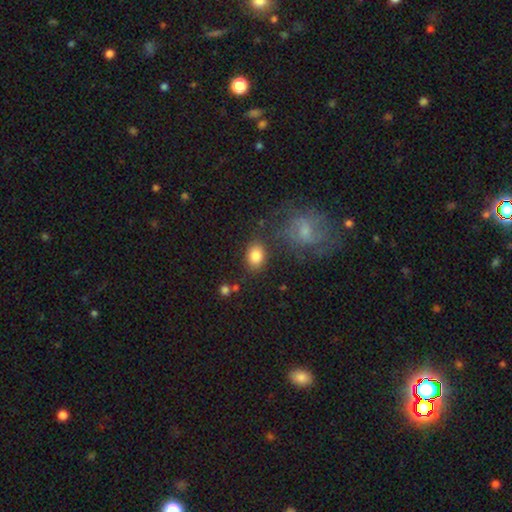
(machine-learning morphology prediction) Smooth or featured? smooth (85%)
How rounded? in between (69%)
Merging? none (78%)